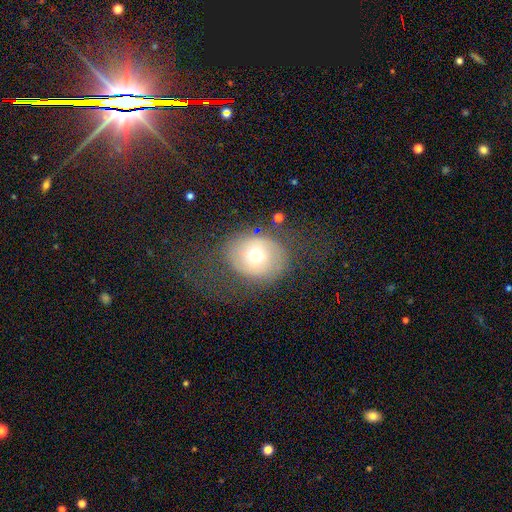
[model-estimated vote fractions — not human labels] Smooth or featured?
  - smooth: 58% *
  - featured or disk: 32%
  - star or artifact: 10%
How rounded?
  - round: 60% *
  - in between: 39%
  - cigar-shaped: 1%
Merging?
  - none: 61% *
  - major disturbance: 19%
  - minor disturbance: 18%
  - merger: 2%